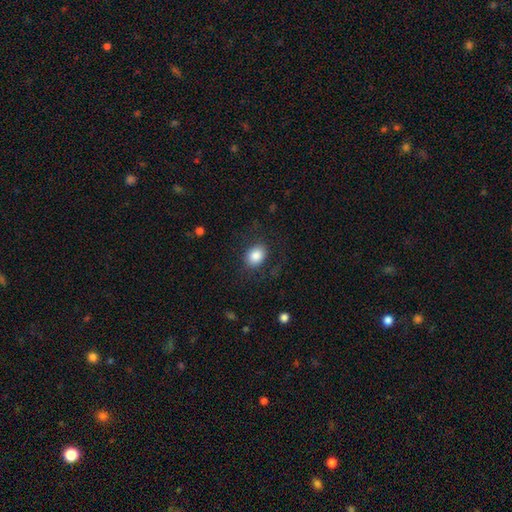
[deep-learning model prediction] smooth 84%, star or artifact 8%, featured or disk 8%. Down the decision tree: how rounded — in between (59%); merging — none (79%).